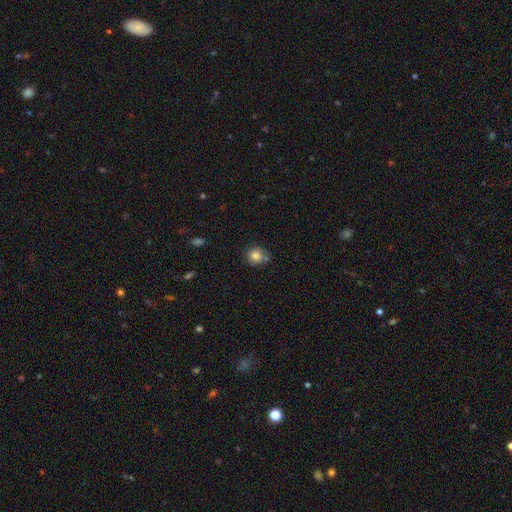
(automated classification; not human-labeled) Smooth or featured? smooth (82%)
How rounded? round (80%)
Merging? none (65%)